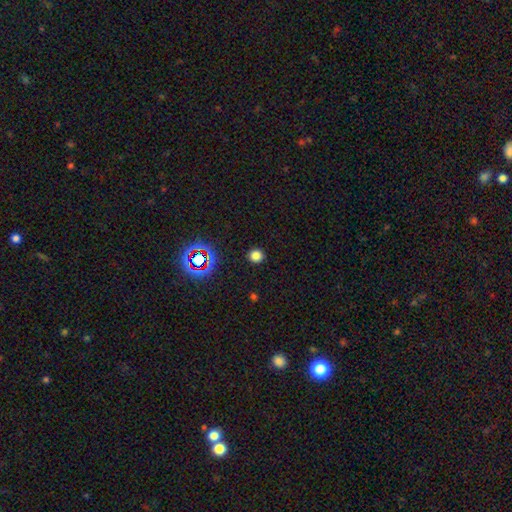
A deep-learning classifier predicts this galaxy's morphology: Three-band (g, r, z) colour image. It shows a smooth galaxy with no disk features (77%) that is round (93%). Merging: none (92%).